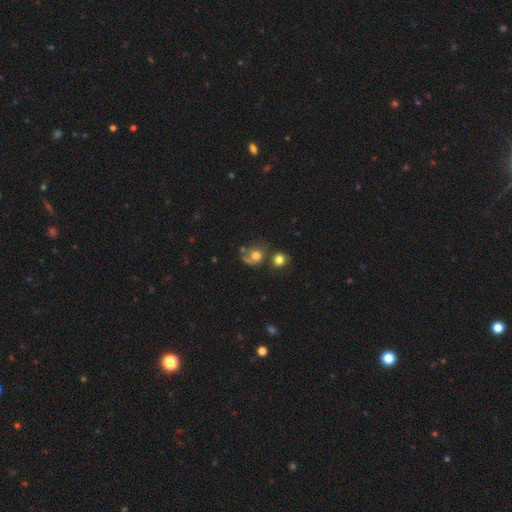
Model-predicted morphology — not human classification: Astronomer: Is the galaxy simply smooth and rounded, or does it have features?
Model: smooth — 65%.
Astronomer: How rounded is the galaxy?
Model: round — 74%.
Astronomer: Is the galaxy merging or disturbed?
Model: none — 35% (runner-up: merger, 29%).